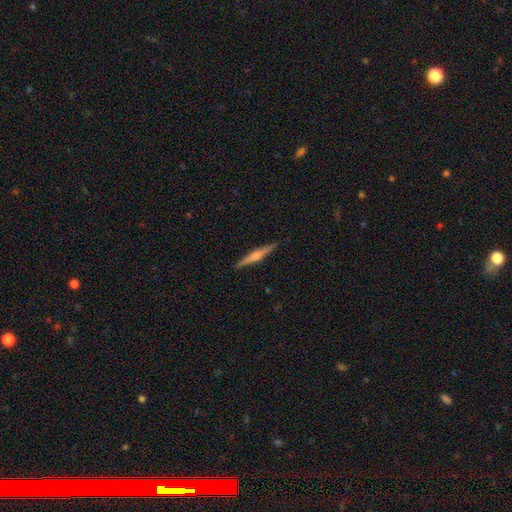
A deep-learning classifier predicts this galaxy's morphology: A featured or disk galaxy (75%) viewed edge-on (98%) with a rounded central bulge (86%).

Vote fractions:
- Smooth or featured? featured or disk: 75% / smooth: 19% / star or artifact: 6%
- Edge-on disk? yes: 98% / no: 2%
- Edge-on bulge? rounded: 86% / none: 7% / boxy: 7%
- Merging? none: 92% / minor disturbance: 6% / major disturbance: 1% / merger: 1%